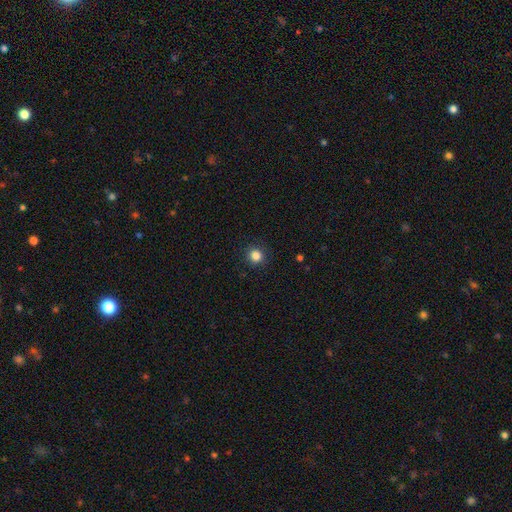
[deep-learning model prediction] smooth-or-featured: smooth: 85% | star or artifact: 12% | featured or disk: 4%
  how-rounded: round: 92% | in between: 7% | cigar-shaped: 1%
  merging: none: 91% | minor disturbance: 6% | major disturbance: 2% | merger: 1%